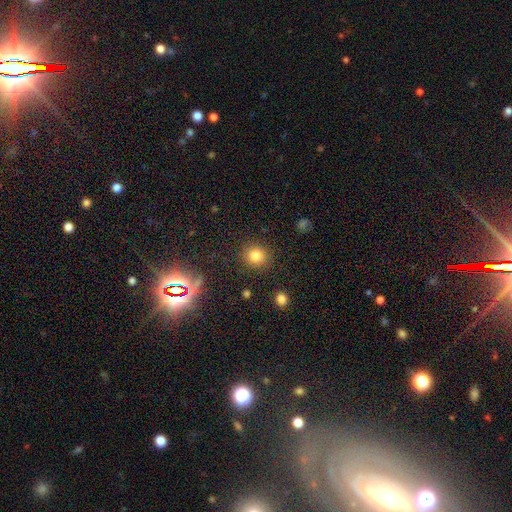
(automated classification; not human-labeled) Q: Smooth or featured?
A: smooth (81%); runner-up: star or artifact (13%)
Q: How rounded?
A: round (86%); runner-up: in between (13%)
Q: Merging?
A: none (88%); runner-up: minor disturbance (7%)